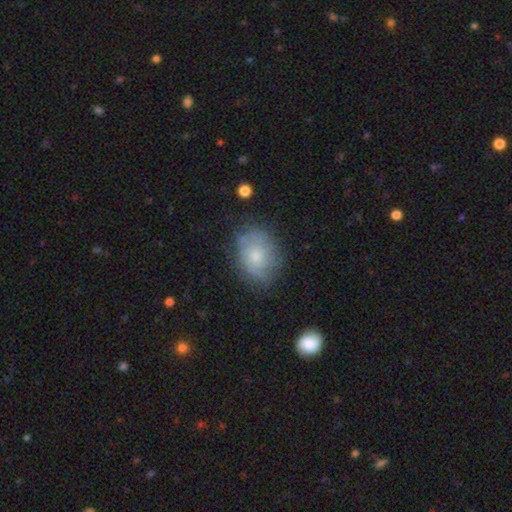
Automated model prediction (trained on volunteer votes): The model was most divided on "how rounded": in between: 59%, round: 40%, cigar-shaped: 1%. More confident: merging — none (64%); smooth or featured — smooth (57%).